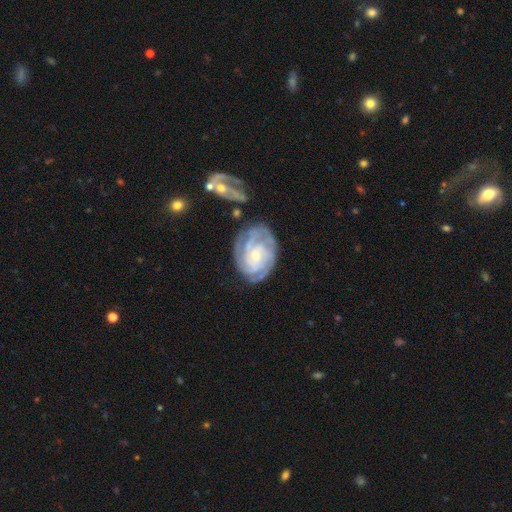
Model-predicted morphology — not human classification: Overall: featured or disk (85%). Edge-on disk: no (97%). Bar: no (69%). Spiral arms: yes (96%). Spiral arm count: can't tell (28%; 3 25%). Spiral winding: tight (71%). Bulge size: small (65%; moderate 30%). Merging: none (68%).